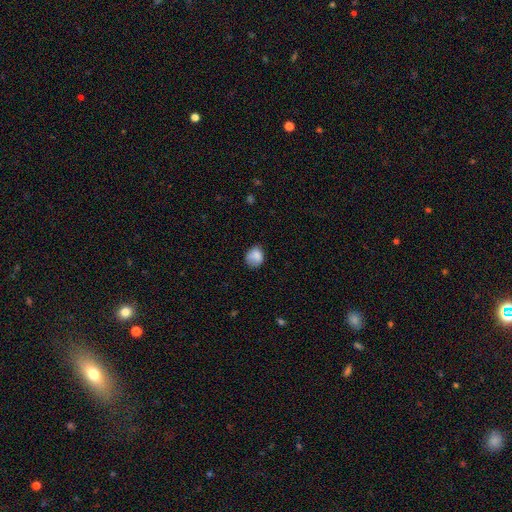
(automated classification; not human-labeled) This is clearly a smooth galaxy (83%). How rounded: likely round (62%). Merging: likely none (61%).